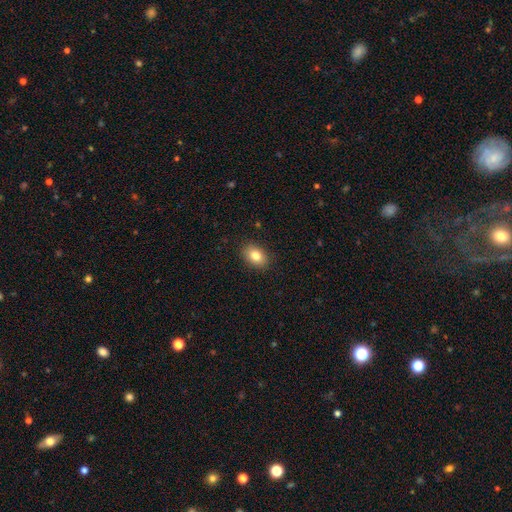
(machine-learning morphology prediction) Smooth or featured? smooth (82%)
How rounded? in between (83%)
Merging? none (89%)